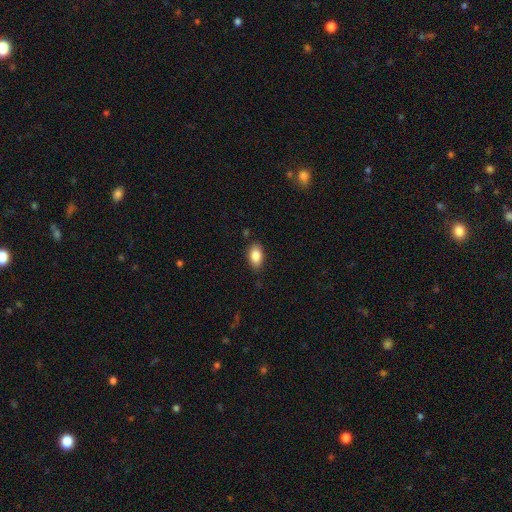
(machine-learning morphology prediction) A smooth galaxy with no disk features (85%) that is in between round and cigar-shaped (90%). Merging: none (83%).